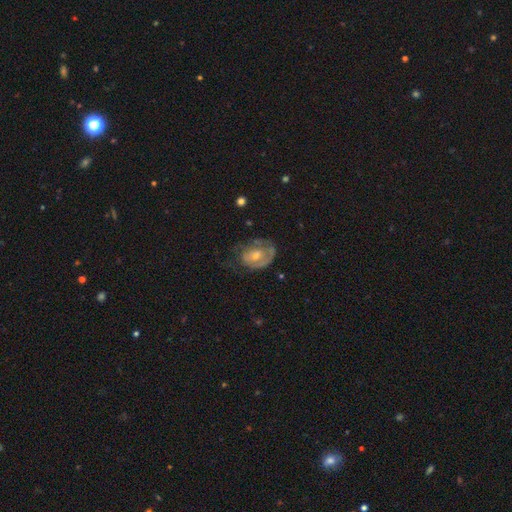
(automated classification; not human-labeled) A featured or disk galaxy (66%) with no bar (66%), spiral arms (68%) and a moderate central bulge (55%). Merging: none (51%).